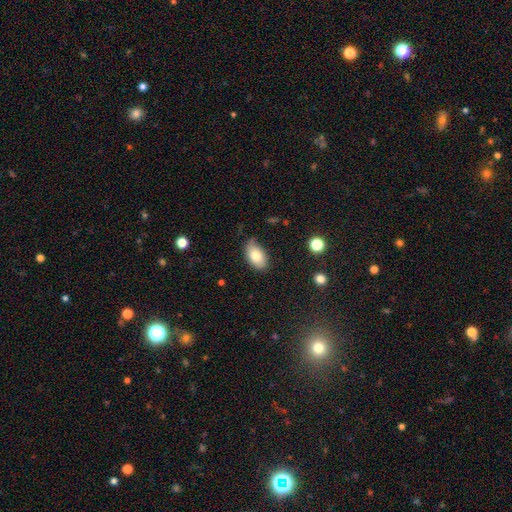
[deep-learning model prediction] Morphology: type=smooth (80%); roundness=in between (92%); merging=none (68%).